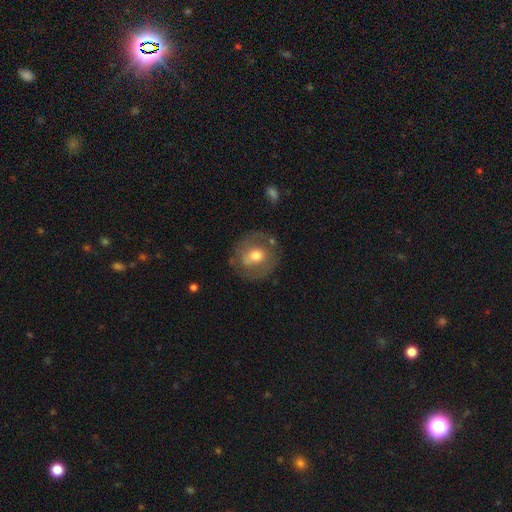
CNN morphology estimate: Q: Smooth or featured?
A: featured or disk (48%); runner-up: smooth (45%)
Q: Merging?
A: none (73%); runner-up: minor disturbance (16%)